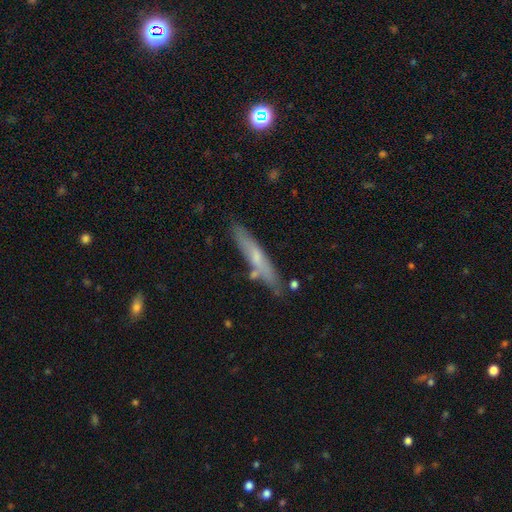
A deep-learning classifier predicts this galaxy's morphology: This appears to be a smooth galaxy with no disk features (47%). Merging: none (79%).